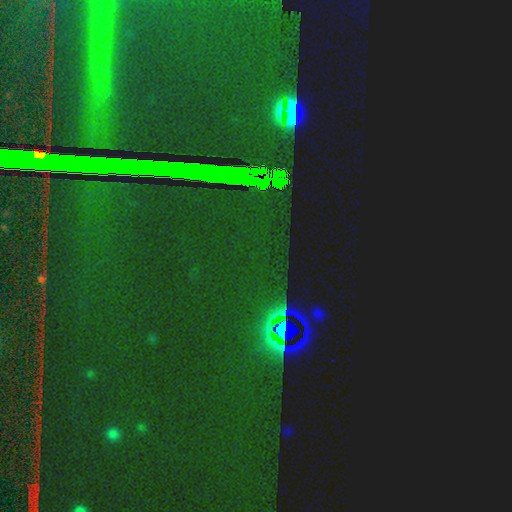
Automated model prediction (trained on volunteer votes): A star or artifact, not a galaxy (85%).